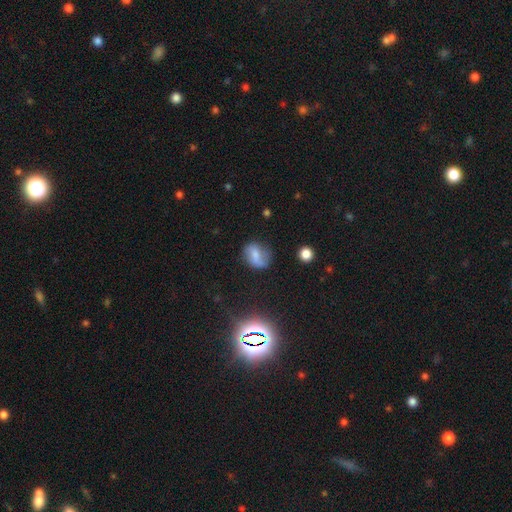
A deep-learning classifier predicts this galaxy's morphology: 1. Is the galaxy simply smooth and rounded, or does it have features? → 49% smooth, 40% featured or disk, 12% star or artifact.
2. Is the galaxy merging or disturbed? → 61% none, 25% minor disturbance, 11% major disturbance, 3% merger.